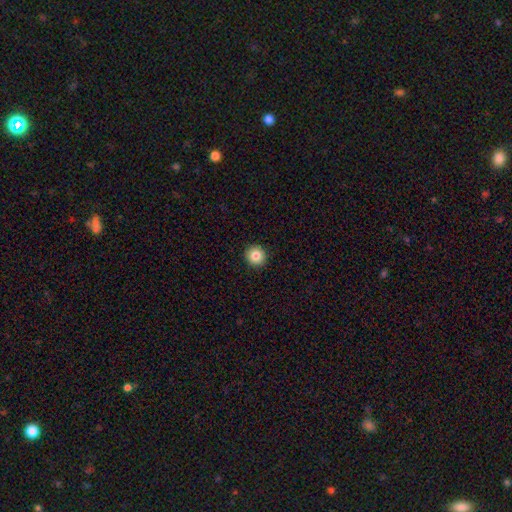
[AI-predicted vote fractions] Q: Smooth or featured?
A: smooth (84%); runner-up: star or artifact (10%)
Q: How rounded?
A: round (94%); runner-up: in between (5%)
Q: Merging?
A: none (93%); runner-up: minor disturbance (4%)